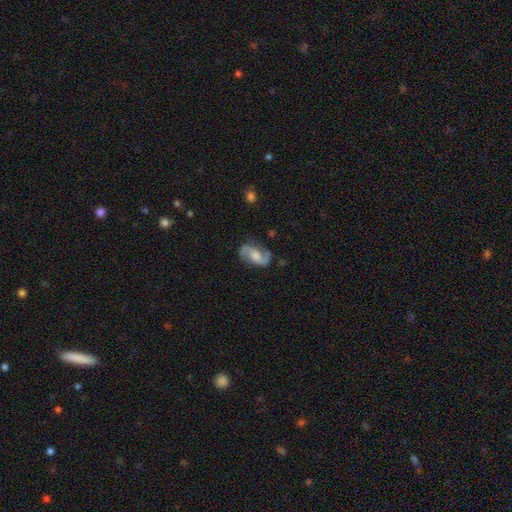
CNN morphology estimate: Smooth or featured?
  - featured or disk: 81% *
  - smooth: 13%
  - star or artifact: 6%
Edge-on disk?
  - no: 97% *
  - yes: 3%
Bar?
  - no: 46% *
  - weak: 41%
  - strong: 13%
Spiral arms?
  - yes: 95% *
  - no: 5%
Spiral winding?
  - loose: 46% *
  - medium: 42%
  - tight: 12%
Spiral arm count?
  - 2: 92% *
  - can't tell: 3%
  - 1: 2%
  - 3: 1%
  - 4: 1%
  - more than 4: 1%
Bulge size?
  - moderate: 32% *
  - large: 28%
  - none: 22%
  - small: 15%
  - dominant: 3%
Merging?
  - none: 75% *
  - minor disturbance: 16%
  - major disturbance: 7%
  - merger: 2%